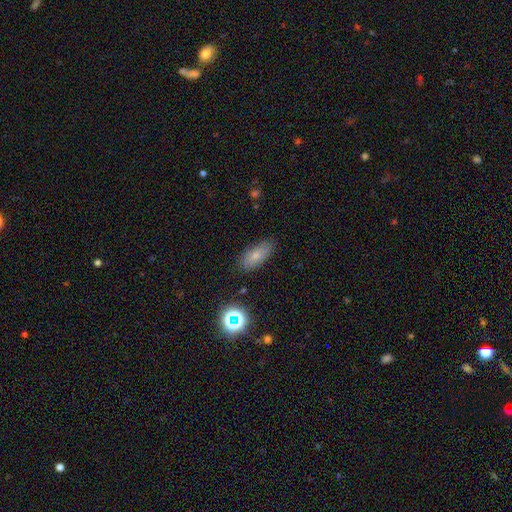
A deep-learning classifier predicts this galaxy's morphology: A smooth galaxy with no disk features (72%) that is in between round and cigar-shaped (79%). Merging: none (81%).